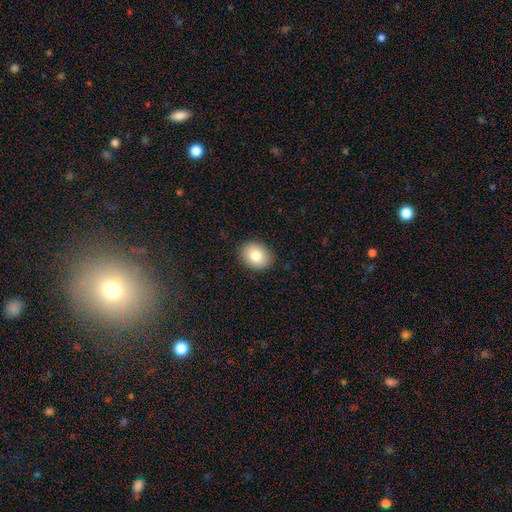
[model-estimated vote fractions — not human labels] smooth 81%, featured or disk 10%, star or artifact 8%. Down the decision tree: how rounded — in between (57%); merging — none (89%).